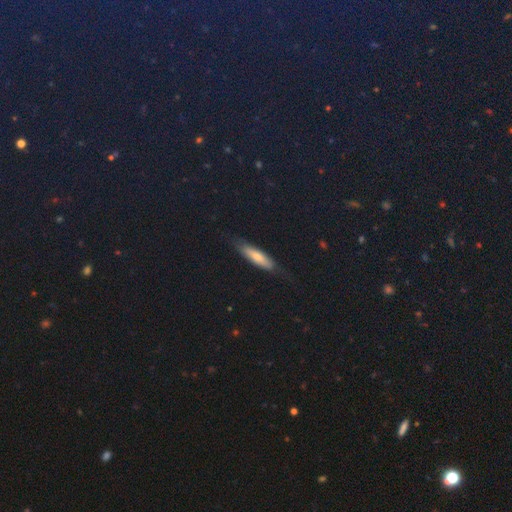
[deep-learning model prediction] This is likely a smooth galaxy (63%). How rounded: likely cigar-shaped (61%). Merging: likely none (75%).